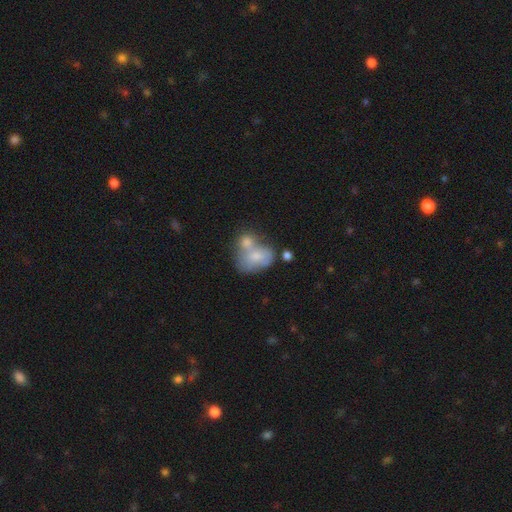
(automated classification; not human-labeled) Smooth or featured? smooth (66%)
How rounded? in between (68%)
Merging? merger (59%)